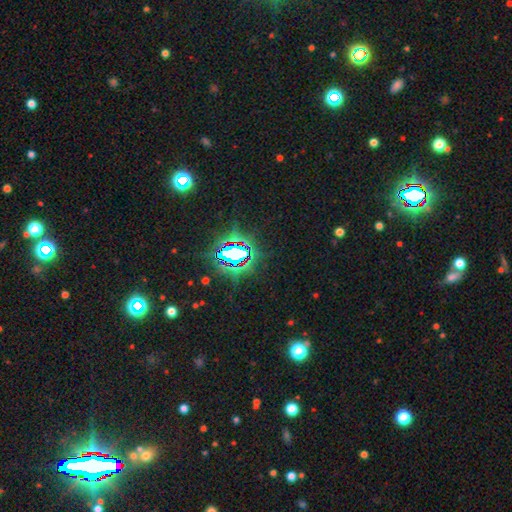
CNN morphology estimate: Q: Smooth or featured?
A: star or artifact (83%); runner-up: smooth (10%)